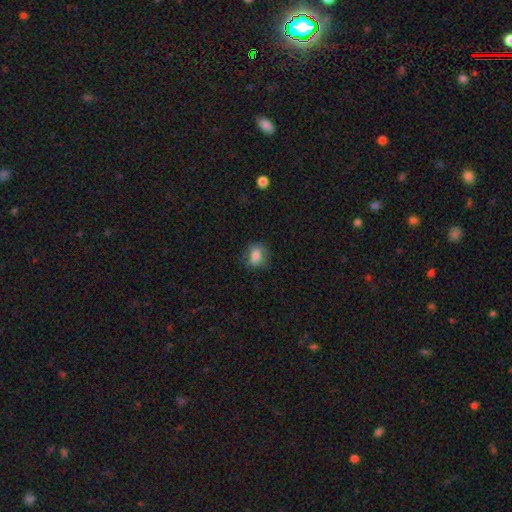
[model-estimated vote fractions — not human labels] Morphology: type=smooth (78%); roundness=in between (55%); merging=none (72%).